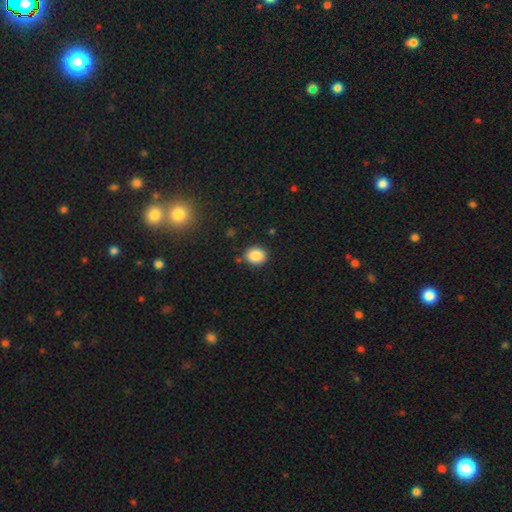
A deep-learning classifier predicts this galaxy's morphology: smooth 87%, star or artifact 9%, featured or disk 4%. Down the decision tree: how rounded — round (63%); merging — none (87%).